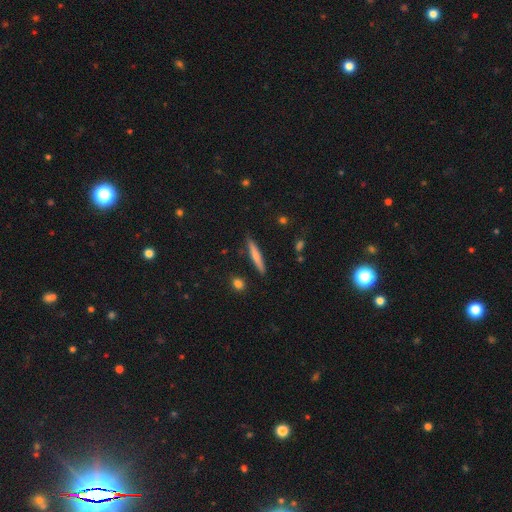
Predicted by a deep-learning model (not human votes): The model was most divided on "smooth or featured": smooth: 66%, featured or disk: 28%, star or artifact: 6%. More confident: how rounded — cigar-shaped (93%); merging — none (87%).